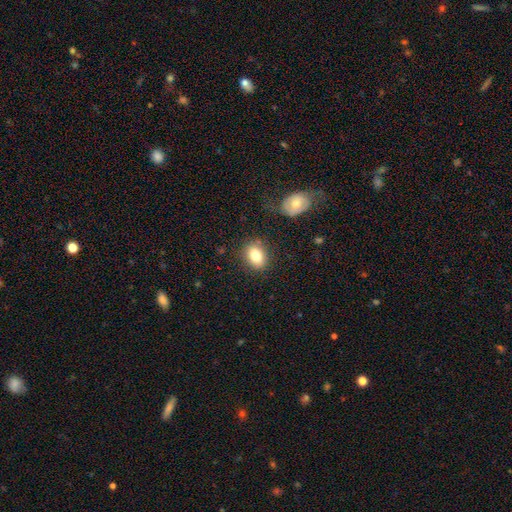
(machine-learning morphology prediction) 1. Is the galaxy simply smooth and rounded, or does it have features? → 81% smooth, 10% featured or disk, 9% star or artifact.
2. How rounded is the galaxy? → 70% in between, 29% round, 1% cigar-shaped.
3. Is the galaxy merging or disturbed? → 81% none, 12% minor disturbance, 3% major disturbance, 3% merger.